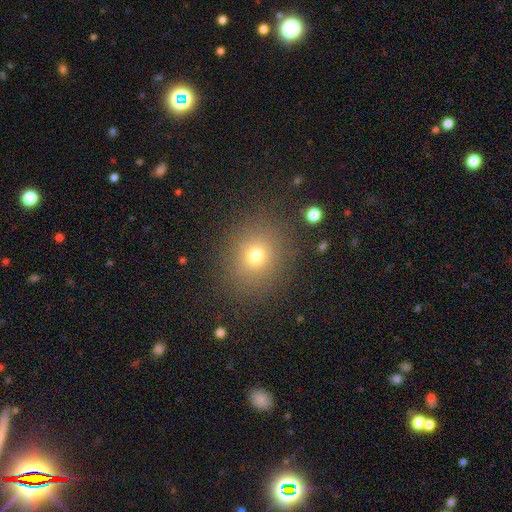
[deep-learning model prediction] smooth_or_featured: smooth (p=0.70) [alt: star or artifact p=0.19]
how_rounded: round (p=0.78) [alt: in between p=0.21]
merging: none (p=0.85) [alt: minor disturbance p=0.09]